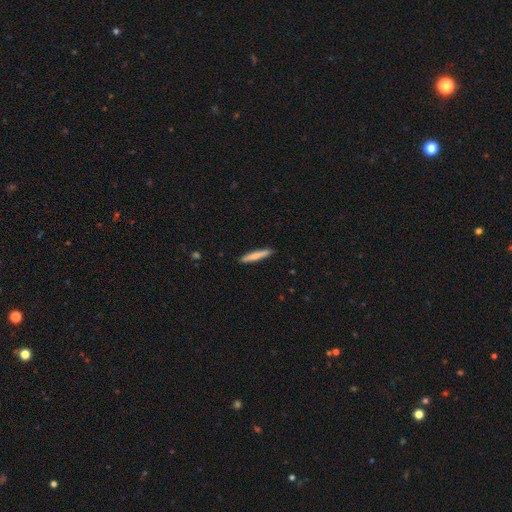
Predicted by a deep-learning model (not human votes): Q: Smooth or featured?
A: smooth (75%); runner-up: featured or disk (20%)
Q: How rounded?
A: cigar-shaped (94%); runner-up: in between (5%)
Q: Merging?
A: none (91%); runner-up: minor disturbance (7%)